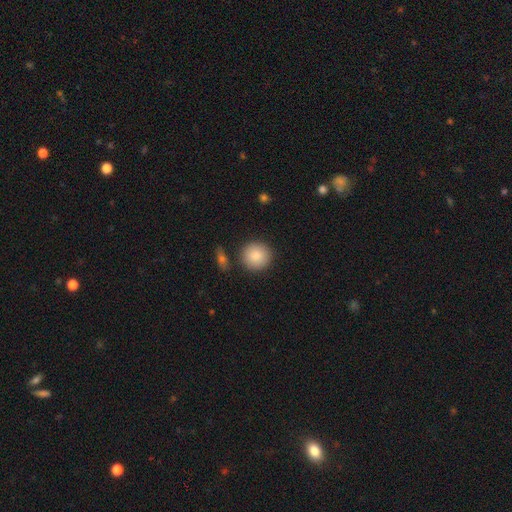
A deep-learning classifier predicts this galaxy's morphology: Smooth or featured? Predicted: smooth (p=0.87). How rounded? Predicted: round (p=0.92). Merging? Predicted: none (p=0.85).